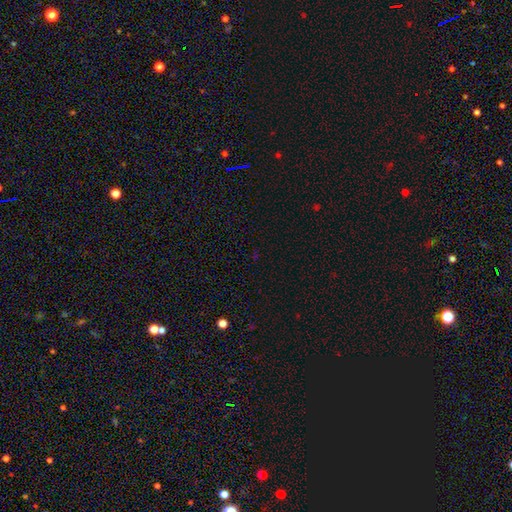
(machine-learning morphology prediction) A star or artifact, not a galaxy (66%).